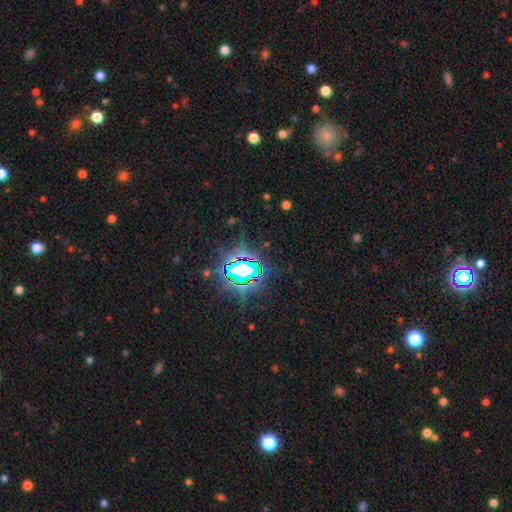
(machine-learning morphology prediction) type=star or artifact (81%).